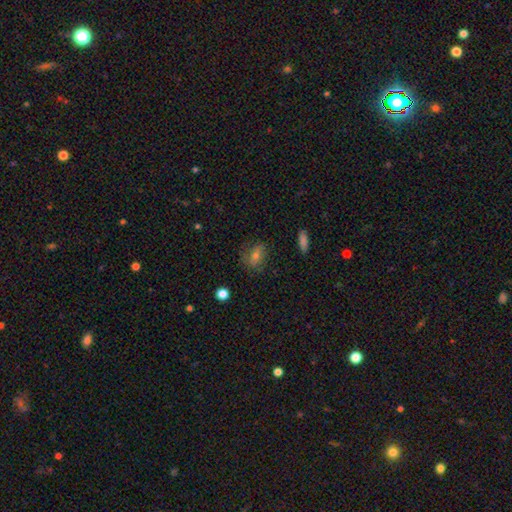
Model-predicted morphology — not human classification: Q: Smooth or featured?
A: smooth (45%); runner-up: featured or disk (39%)
Q: Merging?
A: none (71%); runner-up: minor disturbance (19%)